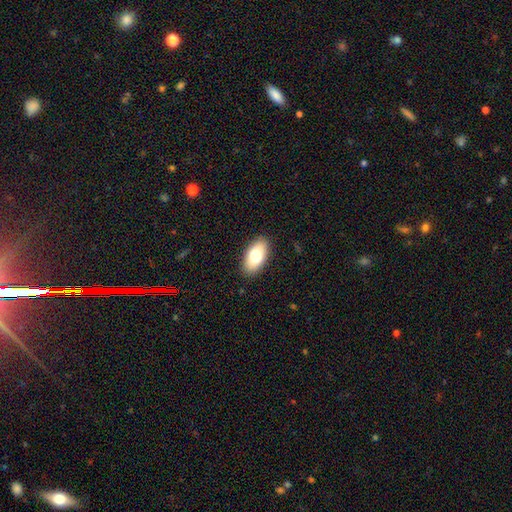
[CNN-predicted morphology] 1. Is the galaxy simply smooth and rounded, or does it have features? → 76% smooth, 17% featured or disk, 7% star or artifact.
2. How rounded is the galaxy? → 93% in between, 4% round, 4% cigar-shaped.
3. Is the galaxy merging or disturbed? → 88% none, 9% minor disturbance, 2% major disturbance, 1% merger.